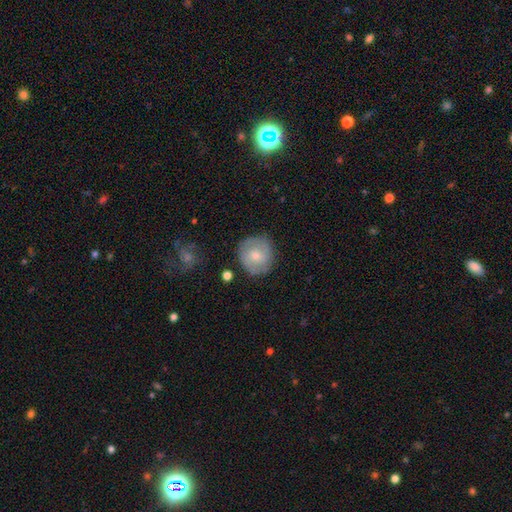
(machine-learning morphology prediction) Overall: smooth (62%; featured or disk 31%). How rounded: round (90%). Merging: none (80%).